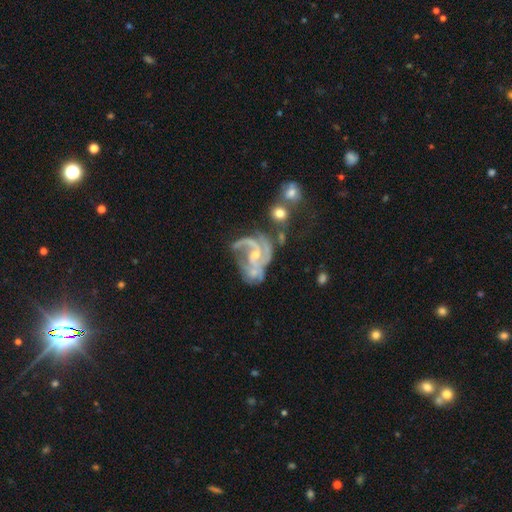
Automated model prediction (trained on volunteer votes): Smooth or featured?
  - featured or disk: 88% *
  - star or artifact: 7%
  - smooth: 6%
Edge-on disk?
  - no: 98% *
  - yes: 2%
Bar?
  - no: 52% *
  - weak: 37%
  - strong: 12%
Spiral arms?
  - yes: 94% *
  - no: 6%
Spiral winding?
  - medium: 49% *
  - tight: 30%
  - loose: 21%
Spiral arm count?
  - 2: 41% *
  - 3: 28%
  - can't tell: 14%
  - 1: 7%
  - 4: 5%
  - more than 4: 4%
Bulge size?
  - small: 52% *
  - moderate: 42%
  - none: 4%
  - large: 2%
  - dominant: 1%
Merging?
  - none: 31% *
  - major disturbance: 30%
  - minor disturbance: 20%
  - merger: 19%